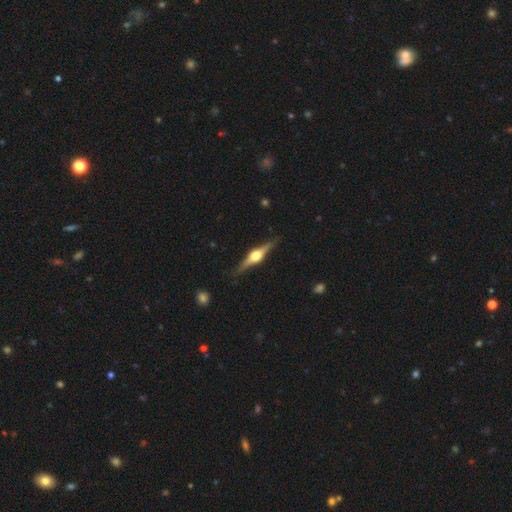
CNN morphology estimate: Q: Smooth or featured?
A: featured or disk (81%); runner-up: smooth (14%)
Q: Edge-on disk?
A: yes (98%); runner-up: no (2%)
Q: Edge-on bulge?
A: rounded (95%); runner-up: boxy (3%)
Q: Merging?
A: none (89%); runner-up: minor disturbance (8%)